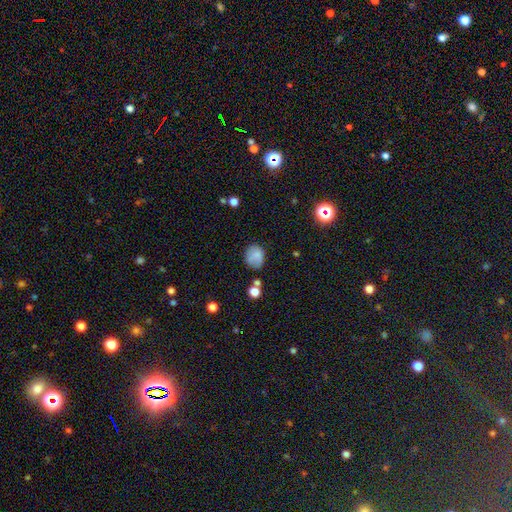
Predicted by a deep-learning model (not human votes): Smooth or featured: smooth — 80% (star or artifact — 11%)
How rounded: round — 53% (in between — 46%)
Merging: none — 62% (minor disturbance — 25%)